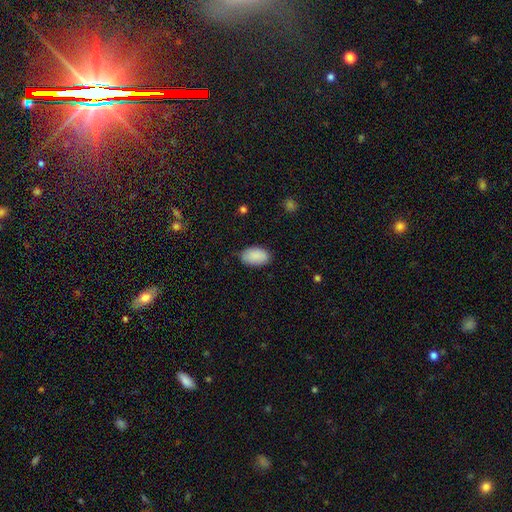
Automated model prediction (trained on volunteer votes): This appears to be a smooth galaxy with no disk features (90%) that is in between round and cigar-shaped (94%). Merging: none (81%).